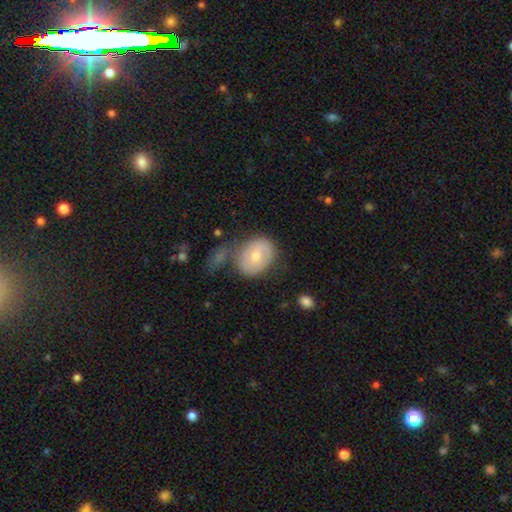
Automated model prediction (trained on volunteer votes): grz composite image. It shows a smooth galaxy with no disk features (61%) that is in between round and cigar-shaped (52%). Merging: none (52%).